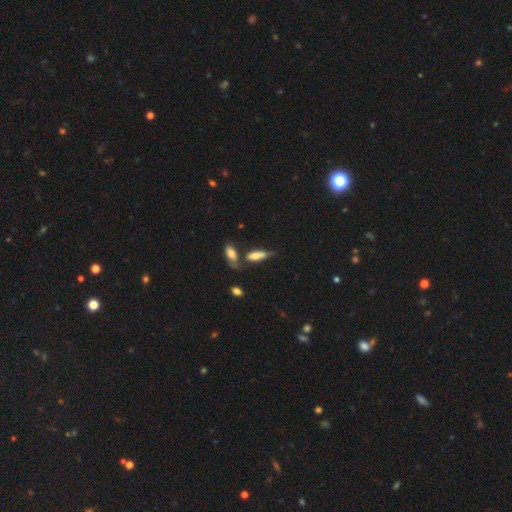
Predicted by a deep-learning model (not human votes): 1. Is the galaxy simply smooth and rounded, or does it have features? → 65% smooth, 27% featured or disk, 8% star or artifact.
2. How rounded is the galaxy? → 66% in between, 31% cigar-shaped, 3% round.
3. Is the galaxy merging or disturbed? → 41% none, 24% minor disturbance, 24% merger, 11% major disturbance.